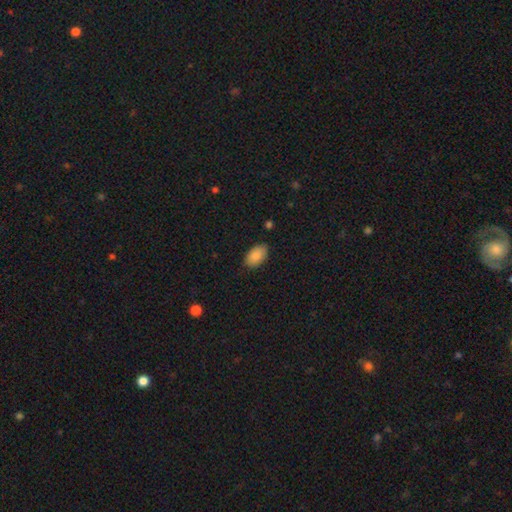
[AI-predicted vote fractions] Smooth or featured?
  - smooth: 88% *
  - star or artifact: 7%
  - featured or disk: 5%
How rounded?
  - in between: 93% *
  - round: 5%
  - cigar-shaped: 1%
Merging?
  - none: 84% *
  - minor disturbance: 12%
  - major disturbance: 2%
  - merger: 1%